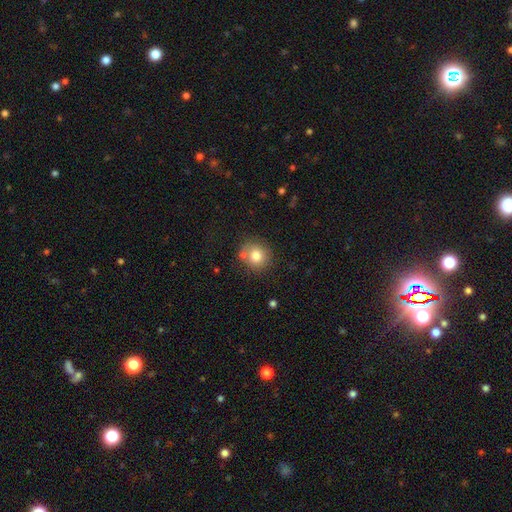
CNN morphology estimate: smooth 78%, featured or disk 11%, star or artifact 11%. Down the decision tree: how rounded — round (87%); merging — none (71%).